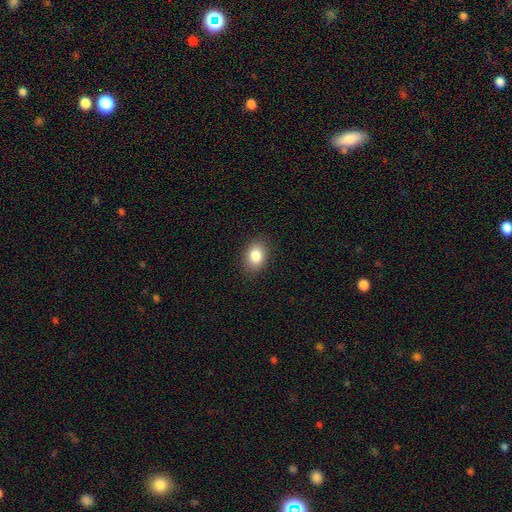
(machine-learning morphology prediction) Smooth or featured: smooth — 84% (star or artifact — 9%)
How rounded: in between — 74% (round — 25%)
Merging: none — 87% (minor disturbance — 9%)